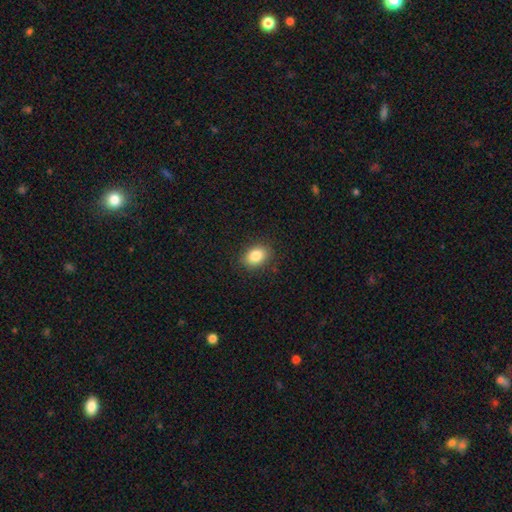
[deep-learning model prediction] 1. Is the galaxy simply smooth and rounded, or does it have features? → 85% smooth, 9% star or artifact, 6% featured or disk.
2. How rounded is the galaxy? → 74% in between, 25% round, 1% cigar-shaped.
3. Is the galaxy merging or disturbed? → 87% none, 9% minor disturbance, 3% major disturbance, 1% merger.